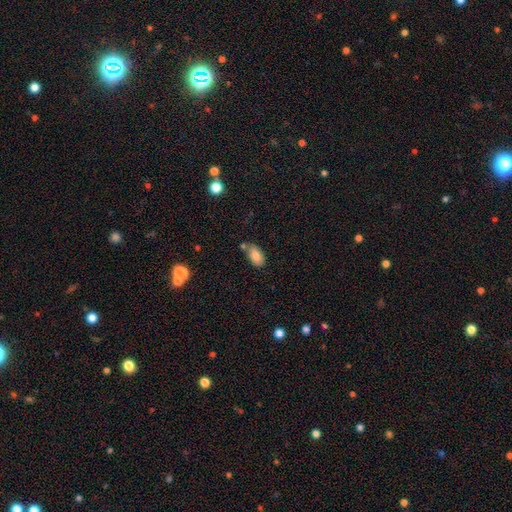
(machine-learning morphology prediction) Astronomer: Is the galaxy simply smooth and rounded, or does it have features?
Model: smooth — 84%.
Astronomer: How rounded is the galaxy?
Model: in between — 93%.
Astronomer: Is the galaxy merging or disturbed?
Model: none — 62%.